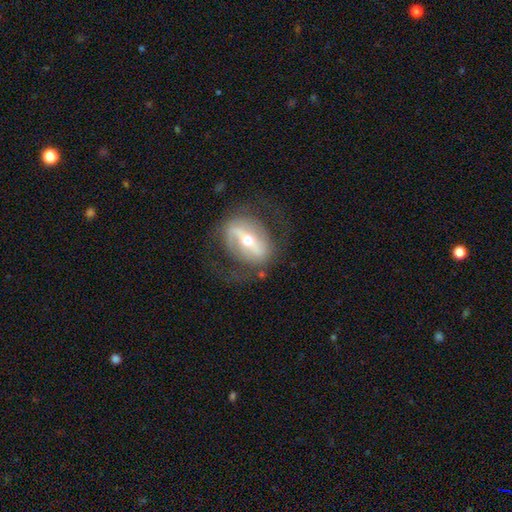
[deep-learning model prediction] Smooth or featured?
  - featured or disk: 79% *
  - smooth: 14%
  - star or artifact: 6%
Edge-on disk?
  - no: 89% *
  - yes: 11%
Bar?
  - strong: 67% *
  - weak: 21%
  - no: 12%
Spiral arms?
  - yes: 67% *
  - no: 33%
Bulge size?
  - moderate: 53% *
  - small: 42%
  - large: 3%
  - dominant: 1%
  - none: 1%
Merging?
  - none: 65% *
  - major disturbance: 17%
  - minor disturbance: 17%
  - merger: 2%